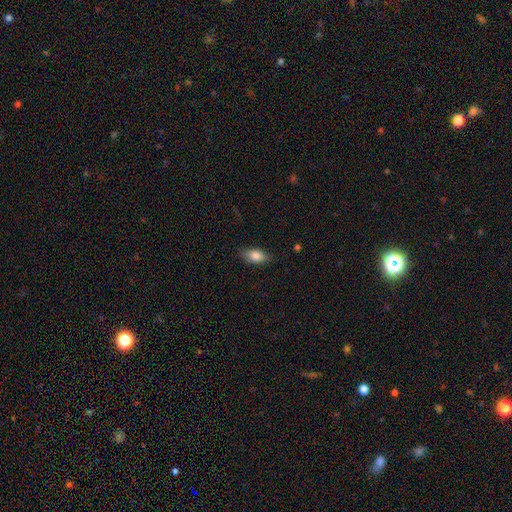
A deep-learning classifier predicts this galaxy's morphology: This is clearly a smooth galaxy (83%). How rounded: clearly in between (88%). Merging: clearly none (82%).